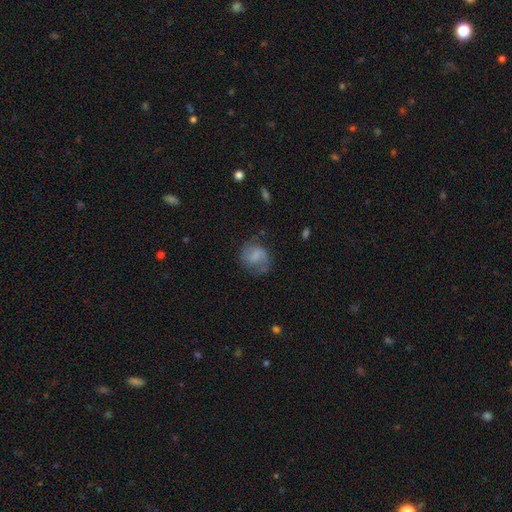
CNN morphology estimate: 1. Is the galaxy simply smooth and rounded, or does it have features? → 49% featured or disk, 42% smooth, 9% star or artifact.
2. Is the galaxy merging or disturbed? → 59% none, 23% minor disturbance, 15% major disturbance, 2% merger.